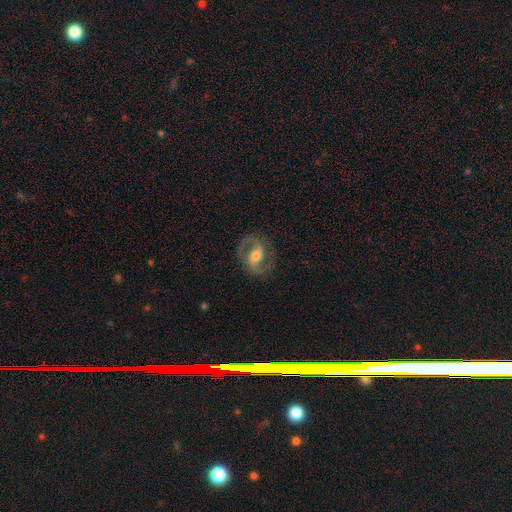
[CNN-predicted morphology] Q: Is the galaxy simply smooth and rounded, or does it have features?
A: featured or disk — 86%.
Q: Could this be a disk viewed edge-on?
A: no — 97%.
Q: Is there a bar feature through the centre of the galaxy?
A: weak — 43%.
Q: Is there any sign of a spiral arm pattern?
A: yes — 95%.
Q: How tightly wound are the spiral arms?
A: medium — 59%.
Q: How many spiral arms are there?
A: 2 — 92%.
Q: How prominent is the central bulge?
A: moderate — 63%.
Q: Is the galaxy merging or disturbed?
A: none — 83%.